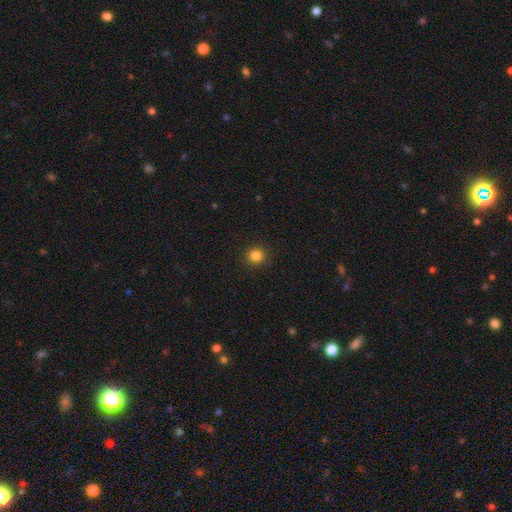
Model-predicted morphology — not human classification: smooth_or_featured: smooth (p=0.84) [alt: star or artifact p=0.12]
how_rounded: round (p=0.94) [alt: in between p=0.05]
merging: none (p=0.92) [alt: minor disturbance p=0.05]